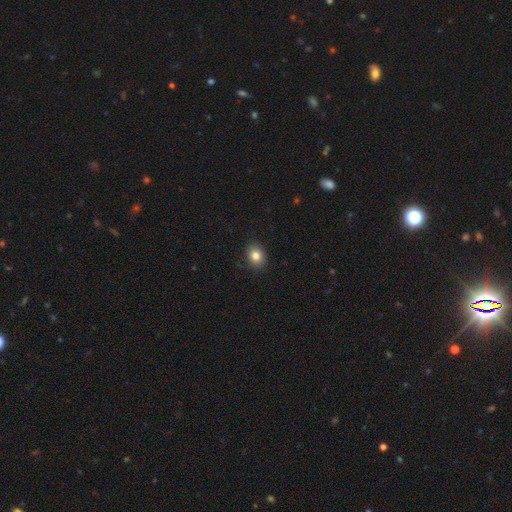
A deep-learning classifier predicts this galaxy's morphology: The model was most divided on "how rounded": round: 53%, in between: 46%, cigar-shaped: 1%. More confident: merging — none (89%); smooth or featured — smooth (84%).